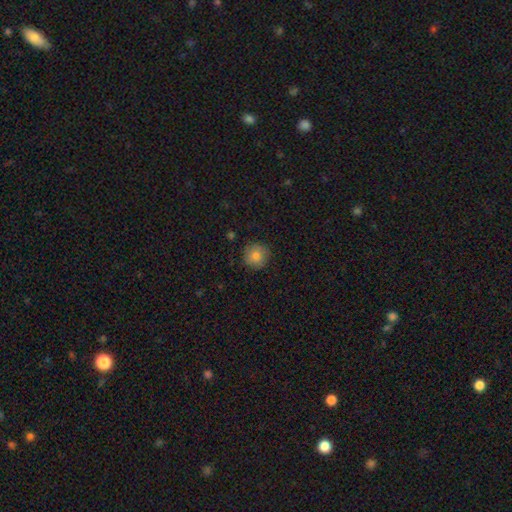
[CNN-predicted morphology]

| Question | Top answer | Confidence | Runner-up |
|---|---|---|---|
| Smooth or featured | smooth | 81% | star or artifact (10%) |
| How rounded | round | 94% | in between (5%) |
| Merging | none | 88% | minor disturbance (9%) |